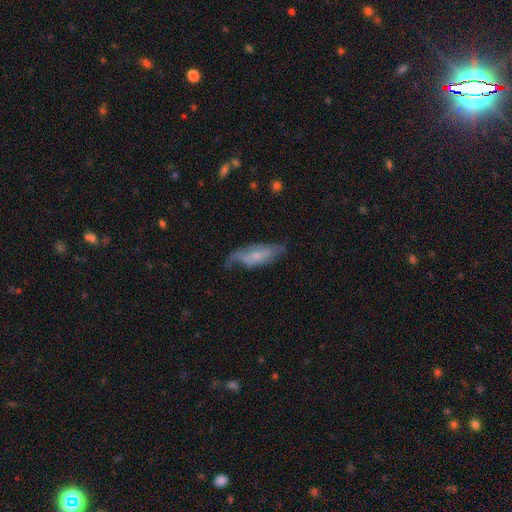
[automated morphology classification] A featured or disk galaxy (50%). Merging: none (47%).